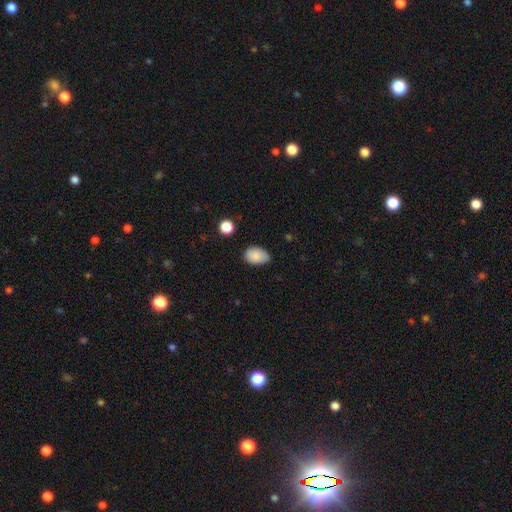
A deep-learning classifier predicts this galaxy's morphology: Smooth or featured?
  - smooth: 86% *
  - star or artifact: 8%
  - featured or disk: 7%
How rounded?
  - in between: 84% *
  - round: 14%
  - cigar-shaped: 1%
Merging?
  - none: 72% *
  - minor disturbance: 22%
  - major disturbance: 4%
  - merger: 2%